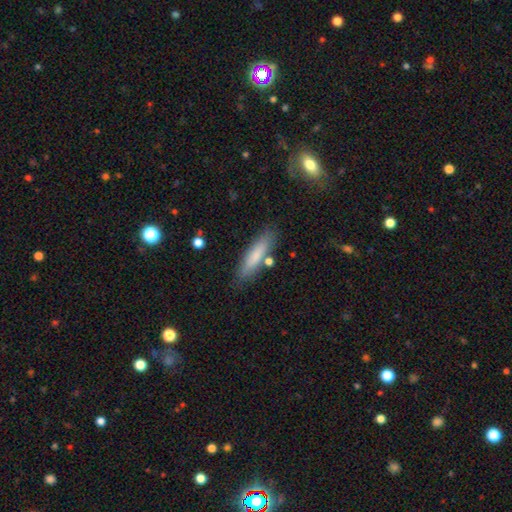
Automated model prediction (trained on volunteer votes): This is likely a smooth galaxy (77%). How rounded: likely cigar-shaped (75%). Merging: clearly none (81%).